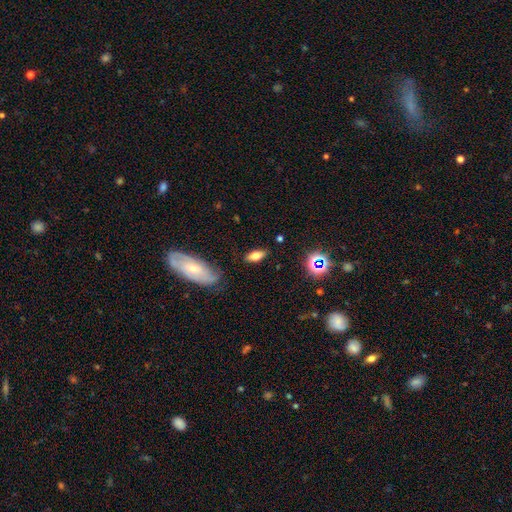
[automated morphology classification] Smooth or featured?
  - smooth: 66% *
  - featured or disk: 24%
  - star or artifact: 11%
How rounded?
  - in between: 80% *
  - cigar-shaped: 16%
  - round: 4%
Merging?
  - none: 80% *
  - minor disturbance: 13%
  - major disturbance: 4%
  - merger: 2%